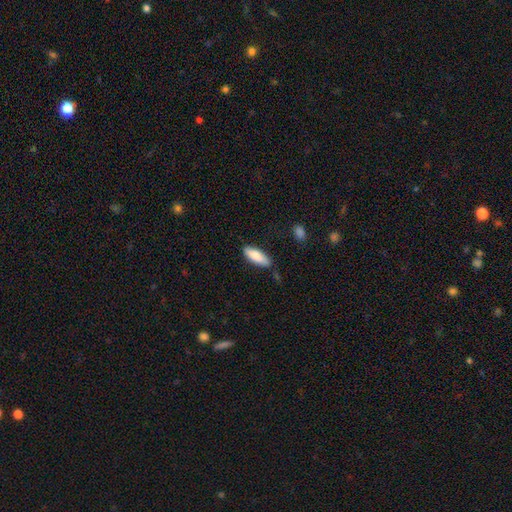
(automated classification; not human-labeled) The model was most divided on "how rounded": in between: 70%, cigar-shaped: 29%, round: 2%. More confident: smooth or featured — smooth (84%); merging — none (74%).